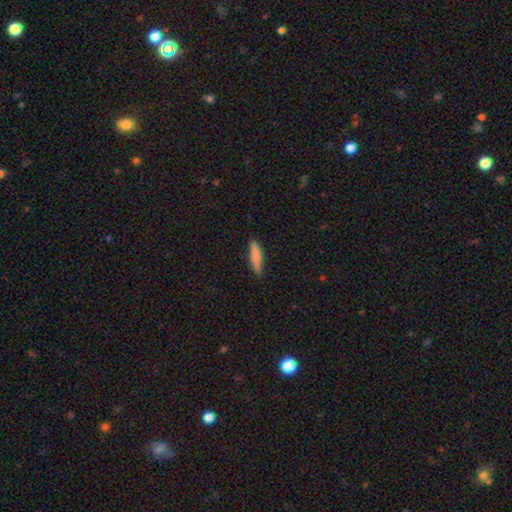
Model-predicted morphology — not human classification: Smooth or featured? smooth (82%)
How rounded? cigar-shaped (83%)
Merging? none (82%)